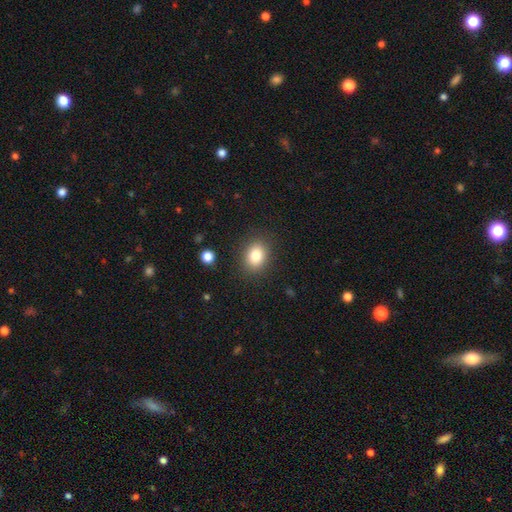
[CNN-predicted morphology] Smooth or featured? smooth (83%)
How rounded? in between (57%)
Merging? none (86%)